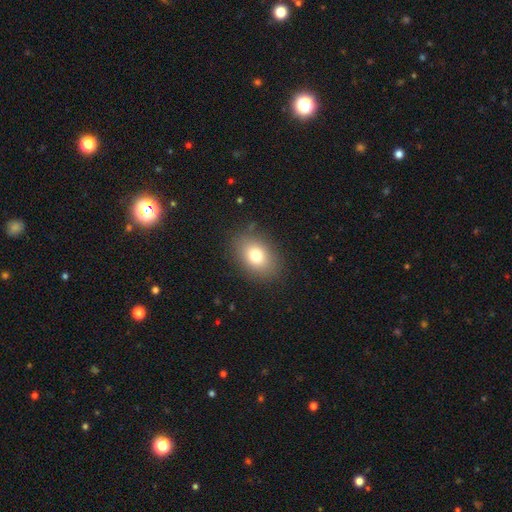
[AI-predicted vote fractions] smooth 78%, featured or disk 12%, star or artifact 11%. Down the decision tree: how rounded — in between (76%); merging — none (85%).